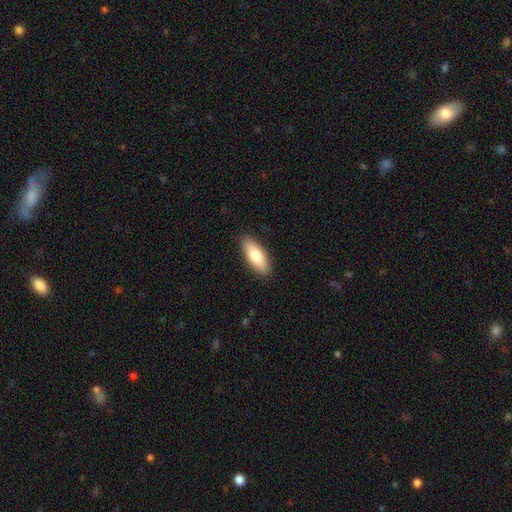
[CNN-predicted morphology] type=smooth (78%); roundness=in between (76%); merging=none (89%).